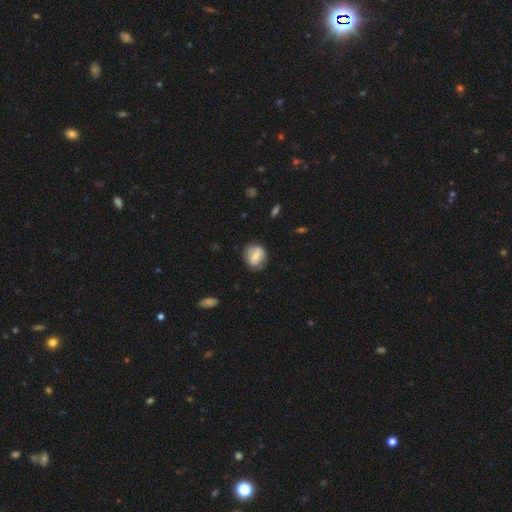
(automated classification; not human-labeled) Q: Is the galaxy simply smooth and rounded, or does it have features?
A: smooth — 56%.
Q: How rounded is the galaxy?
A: round — 68%.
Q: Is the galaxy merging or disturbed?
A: none — 72%.